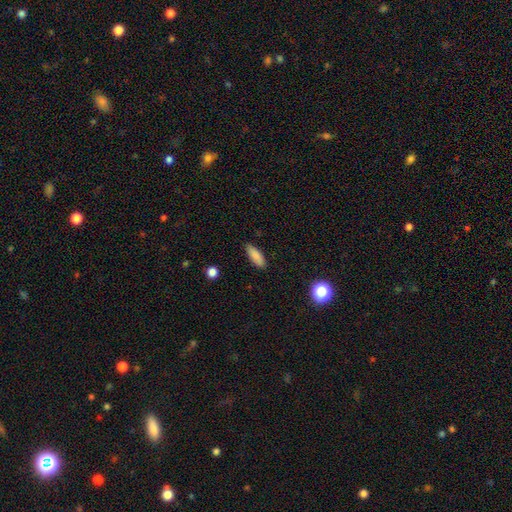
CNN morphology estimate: Smooth or featured? Predicted: smooth (p=0.86). How rounded? Predicted: in between (p=0.65). Merging? Predicted: none (p=0.84).